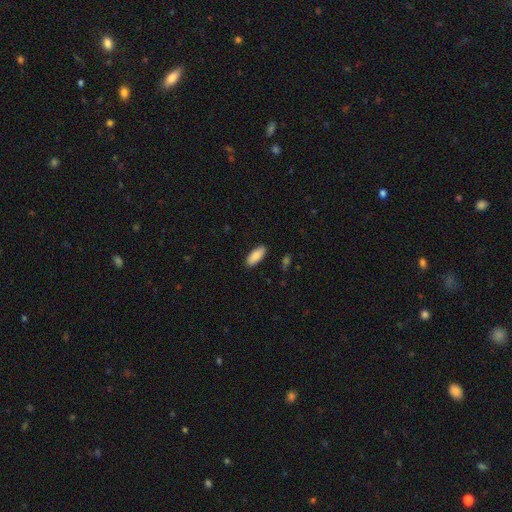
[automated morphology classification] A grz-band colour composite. It shows a smooth galaxy with no disk features (88%) that is in between round and cigar-shaped (83%). Merging: none (89%).